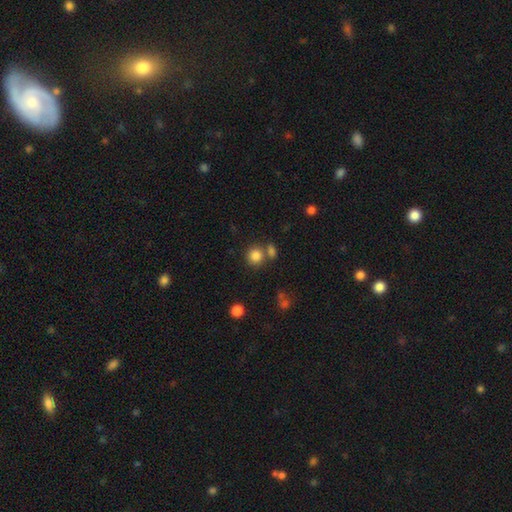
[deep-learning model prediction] smooth 83%, star or artifact 11%, featured or disk 6%. Down the decision tree: how rounded — round (87%); merging — none (65%).